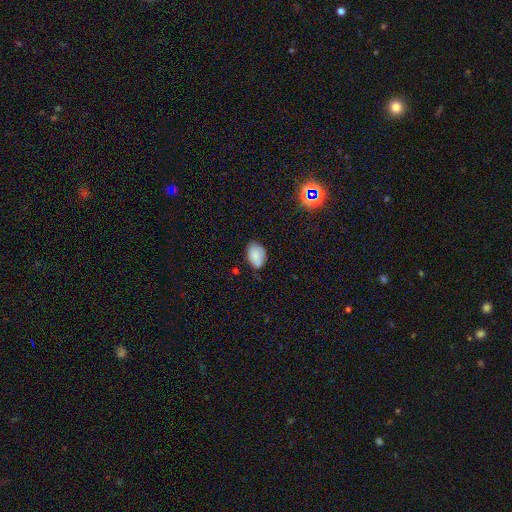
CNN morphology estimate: Smooth or featured: smooth — 81% (featured or disk — 10%)
How rounded: in between — 86% (round — 13%)
Merging: none — 68% (minor disturbance — 26%)